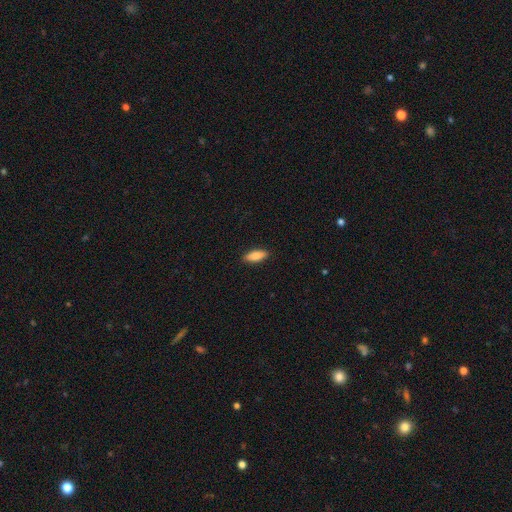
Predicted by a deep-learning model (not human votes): Smooth or featured: smooth — 86% (featured or disk — 8%)
How rounded: in between — 73% (cigar-shaped — 25%)
Merging: none — 90% (minor disturbance — 7%)